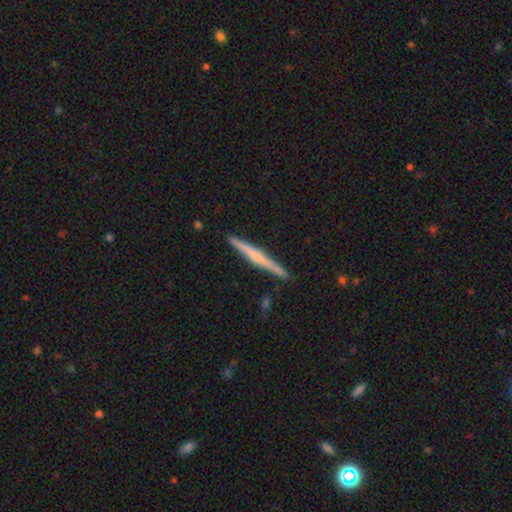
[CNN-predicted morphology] This appears to be a featured or disk galaxy (57%) viewed edge-on (98%) with no central bulge (49%). Merging: none (90%).